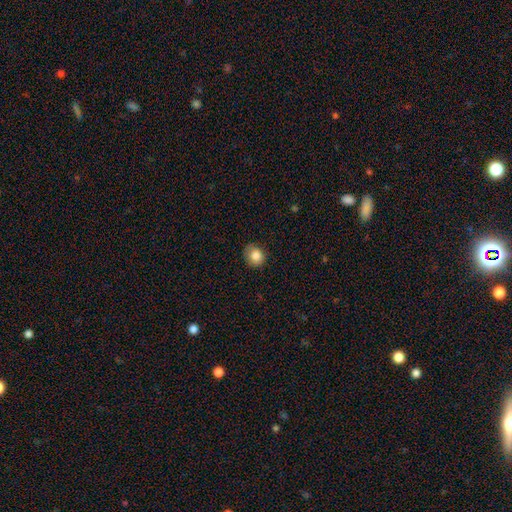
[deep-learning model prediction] This appears to be a smooth galaxy with no disk features (84%) that is round (75%). Merging: none (79%).